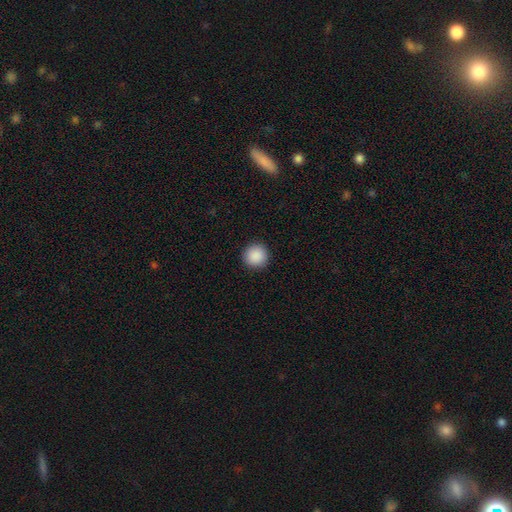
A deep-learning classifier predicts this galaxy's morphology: Smooth or featured: smooth — 90% (star or artifact — 8%)
How rounded: round — 95% (in between — 4%)
Merging: none — 93% (minor disturbance — 5%)